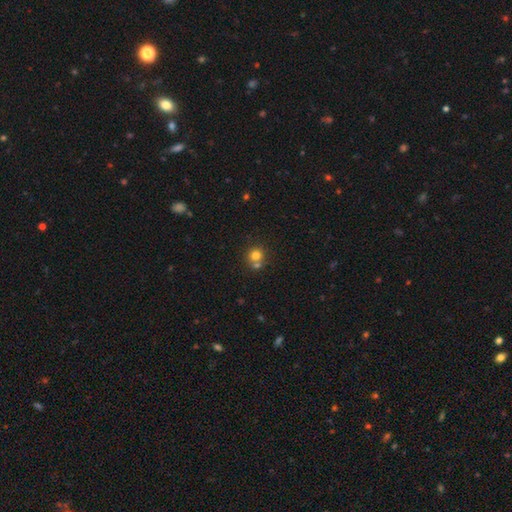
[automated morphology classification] This is likely a smooth galaxy (76%). How rounded: clearly round (89%). Merging: possibly none (58%).